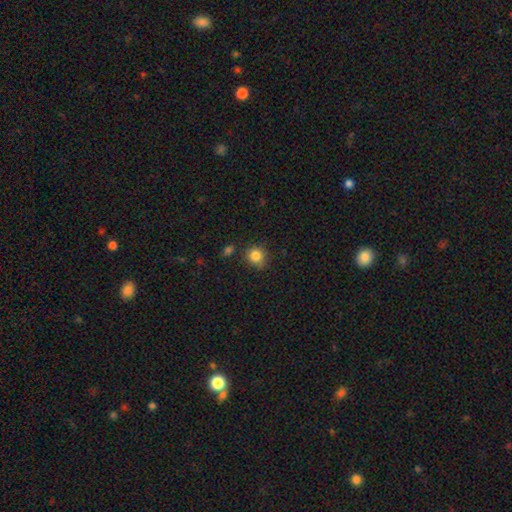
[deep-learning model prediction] Smooth or featured? smooth (84%)
How rounded? round (87%)
Merging? none (76%)